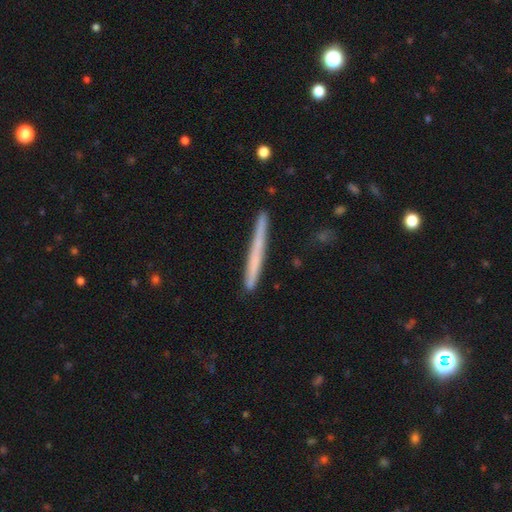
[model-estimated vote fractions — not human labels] A smooth galaxy with no disk features (57%) that is cigar-shaped (97%).

Vote fractions:
- Smooth or featured? smooth: 57% / featured or disk: 36% / star or artifact: 6%
- How rounded? cigar-shaped: 97% / in between: 2% / round: 1%
- Merging? none: 90% / minor disturbance: 8% / major disturbance: 1% / merger: 1%